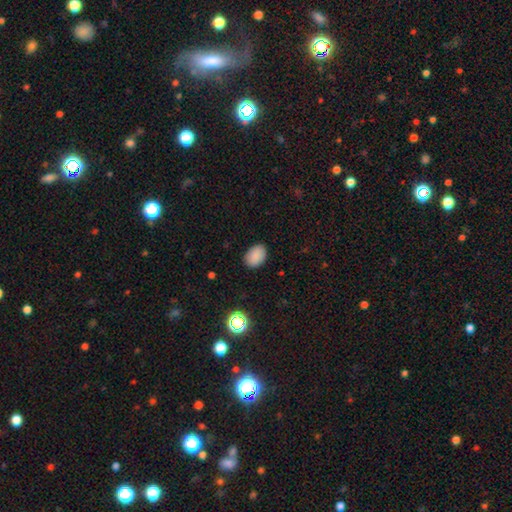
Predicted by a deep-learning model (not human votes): A smooth galaxy with no disk features (87%) that is in between round and cigar-shaped (82%). Merging: none (87%).